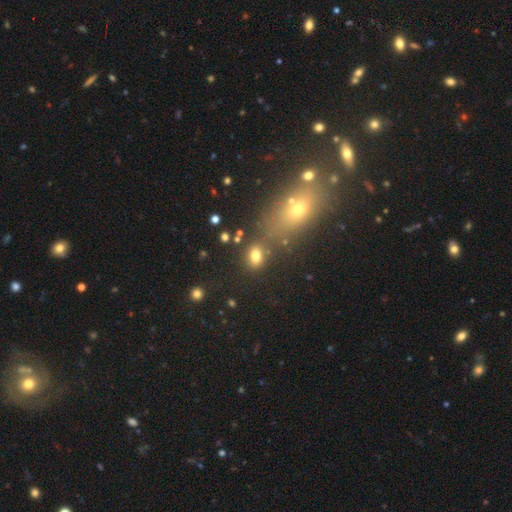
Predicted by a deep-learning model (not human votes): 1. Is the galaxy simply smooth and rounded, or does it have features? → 78% smooth, 14% star or artifact, 9% featured or disk.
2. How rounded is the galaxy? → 70% in between, 28% round, 2% cigar-shaped.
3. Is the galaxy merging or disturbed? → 73% none, 12% minor disturbance, 10% merger, 5% major disturbance.